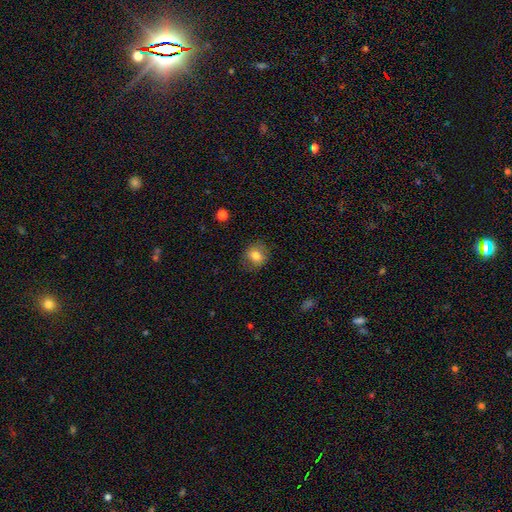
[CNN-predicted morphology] This appears to be a smooth galaxy with no disk features (77%) that is round (76%). Merging: none (81%).